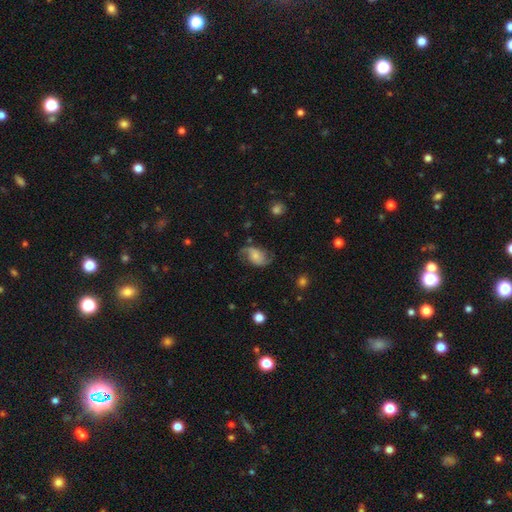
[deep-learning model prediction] smooth_or_featured: featured or disk (p=0.77) [alt: smooth p=0.16]
disk_edge_on: no (p=0.97) [alt: yes p=0.03]
bar: no (p=0.60) [alt: weak p=0.32]
has_spiral_arms: yes (p=0.95) [alt: no p=0.05]
spiral_winding: loose (p=0.53) [alt: medium p=0.36]
spiral_arm_count: 2 (p=0.90) [alt: can't tell p=0.04]
bulge_size: small (p=0.49) [alt: moderate p=0.31]
merging: none (p=0.70) [alt: minor disturbance p=0.19]